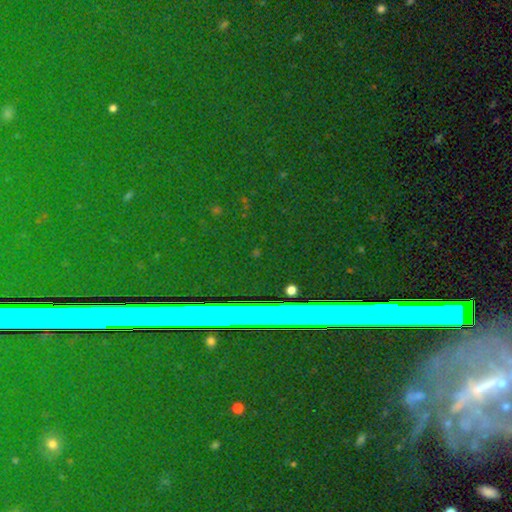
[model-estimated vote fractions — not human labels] Smooth or featured? star or artifact (82%)